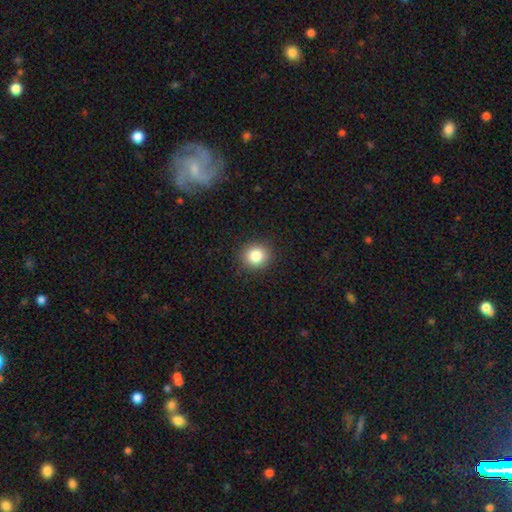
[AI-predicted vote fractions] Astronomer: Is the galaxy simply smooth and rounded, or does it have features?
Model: smooth — 84%.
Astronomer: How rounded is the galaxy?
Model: round — 87%.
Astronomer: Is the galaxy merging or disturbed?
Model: none — 90%.